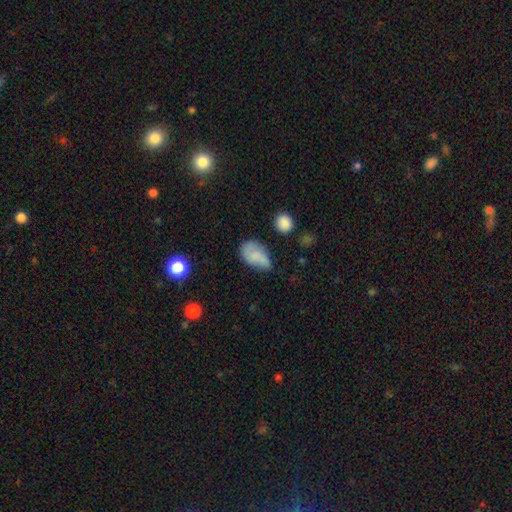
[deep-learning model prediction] A smooth galaxy with no disk features (73%) that is in between round and cigar-shaped (89%).

Vote fractions:
- Smooth or featured? smooth: 73% / featured or disk: 17% / star or artifact: 9%
- How rounded? in between: 89% / round: 8% / cigar-shaped: 2%
- Merging? none: 44% / minor disturbance: 38% / major disturbance: 14% / merger: 5%